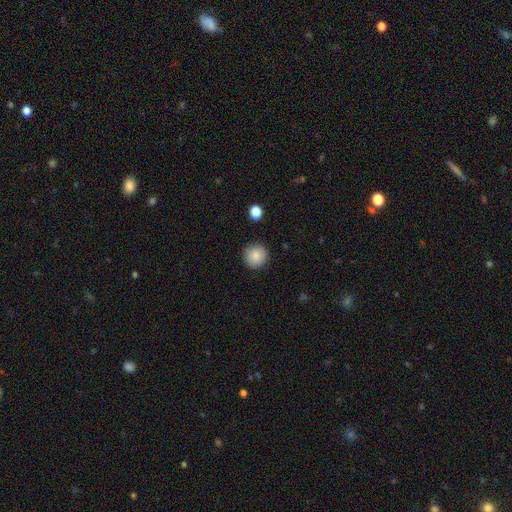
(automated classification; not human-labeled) Smooth or featured? smooth (86%)
How rounded? round (94%)
Merging? none (89%)